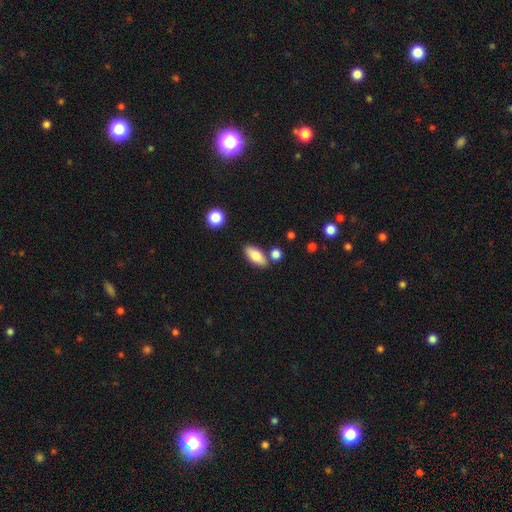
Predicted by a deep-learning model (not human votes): This is likely a smooth galaxy (79%). How rounded: clearly in between (83%). Merging: likely none (77%).